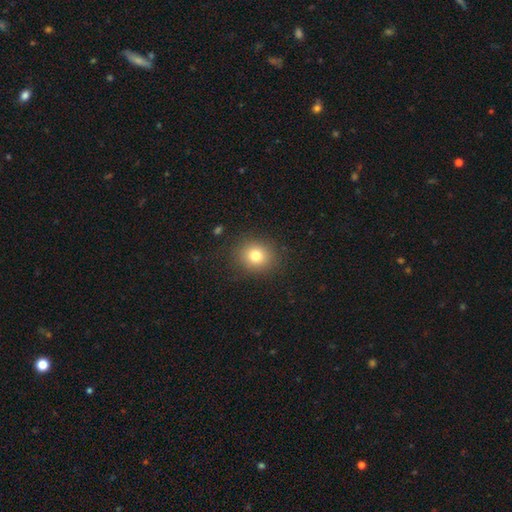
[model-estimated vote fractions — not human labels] This is likely a smooth galaxy (78%). How rounded: clearly round (81%). Merging: clearly none (88%).